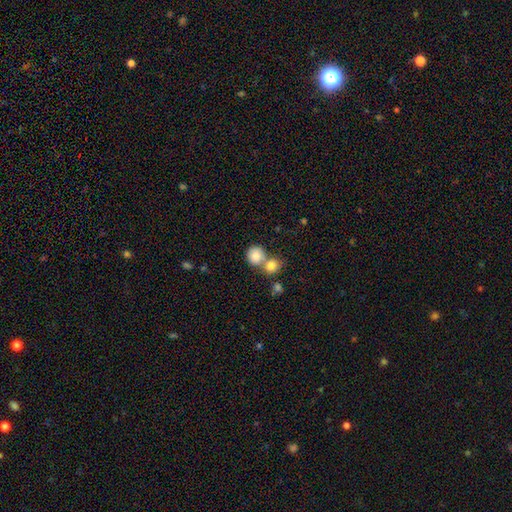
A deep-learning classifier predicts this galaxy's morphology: A smooth galaxy with no disk features (83%) that is round (84%). Merging: merger (49%).